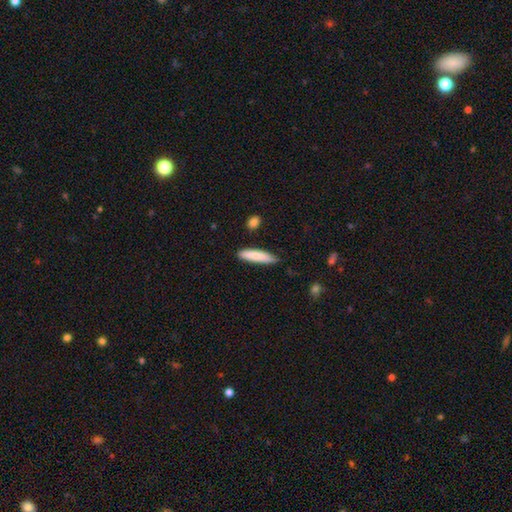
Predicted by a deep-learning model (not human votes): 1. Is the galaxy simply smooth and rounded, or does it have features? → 82% smooth, 12% featured or disk, 6% star or artifact.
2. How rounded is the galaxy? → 79% cigar-shaped, 20% in between, 1% round.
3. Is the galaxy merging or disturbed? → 80% none, 15% minor disturbance, 2% major disturbance, 2% merger.